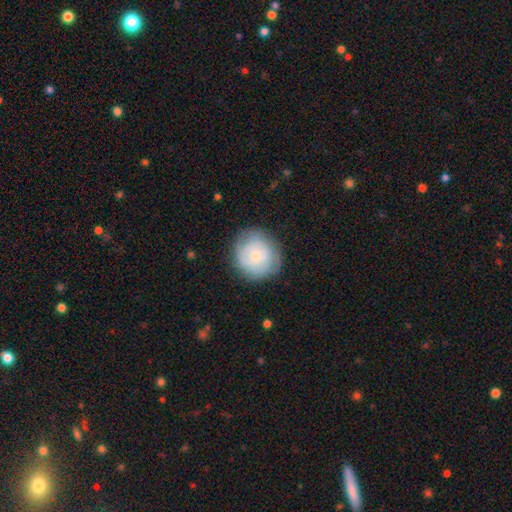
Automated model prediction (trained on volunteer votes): Smooth or featured?
  - smooth: 58% *
  - featured or disk: 35%
  - star or artifact: 7%
How rounded?
  - round: 88% *
  - in between: 11%
  - cigar-shaped: 1%
Merging?
  - none: 77% *
  - minor disturbance: 16%
  - major disturbance: 6%
  - merger: 1%